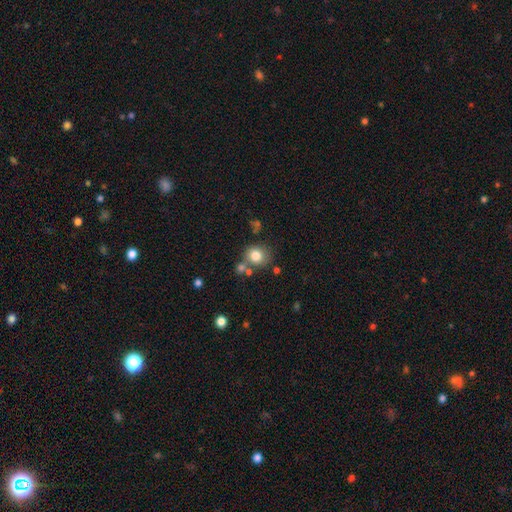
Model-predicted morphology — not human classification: smooth-or-featured: smooth: 79% | star or artifact: 11% | featured or disk: 10%
  how-rounded: round: 81% | in between: 18% | cigar-shaped: 1%
  merging: none: 65% | merger: 17% | minor disturbance: 13% | major disturbance: 5%